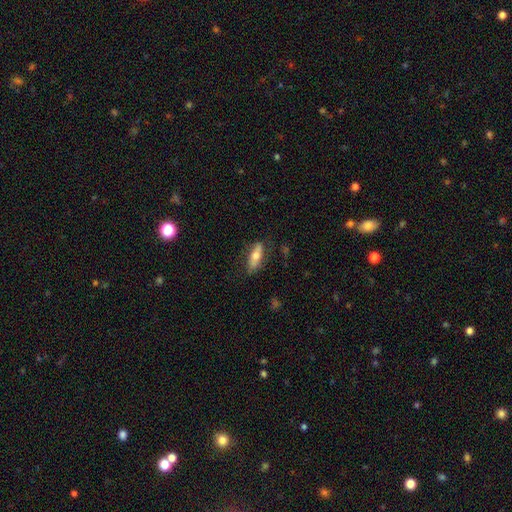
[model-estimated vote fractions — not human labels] The model was most divided on "how rounded": in between: 50%, cigar-shaped: 47%, round: 3%. More confident: merging — none (75%); smooth or featured — smooth (57%).